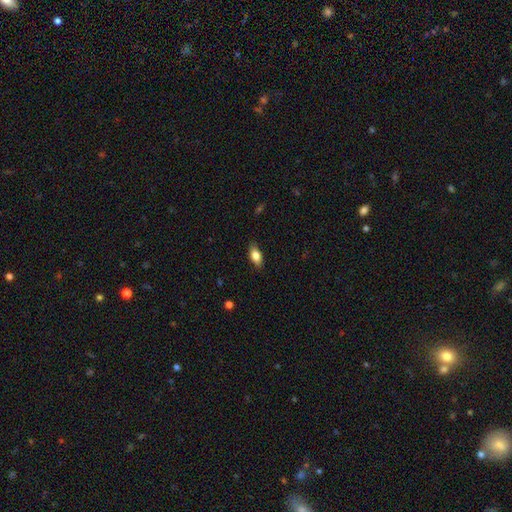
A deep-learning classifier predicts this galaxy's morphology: smooth_or_featured: smooth (p=0.80) [alt: featured or disk p=0.12]
how_rounded: in between (p=0.85) [alt: cigar-shaped p=0.10]
merging: none (p=0.85) [alt: minor disturbance p=0.12]